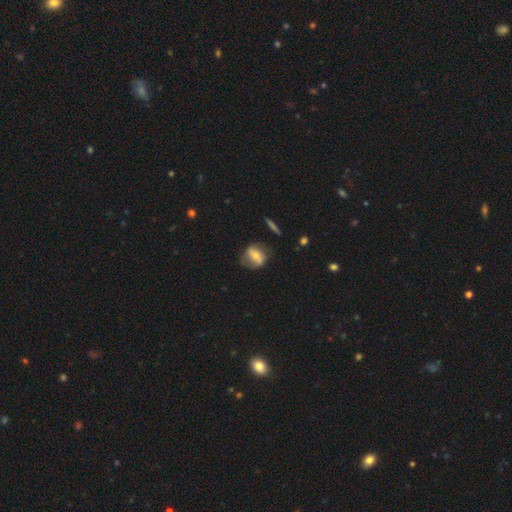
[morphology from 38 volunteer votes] smooth-or-featured: featured or disk: 58% | smooth: 34% | star or artifact: 8%
  disk-edge-on: no: 86% | yes: 14%
    bar: strong: 63% | weak: 21% | no: 16%
    has-spiral-arms: yes: 53% | no: 47%
      spiral-winding: loose: 50% | medium: 40% | tight: 10%
      spiral-arm-count: 2: 90% | can't tell: 10% | 1: 0% | 3: 0% | 4: 0% | more than 4: 0%
    bulge-size: small: 42% | moderate: 37% | large: 11% | none: 11% | dominant: 0%
  merging: none: 63% | minor disturbance: 34% | major disturbance: 3% | merger: 0%